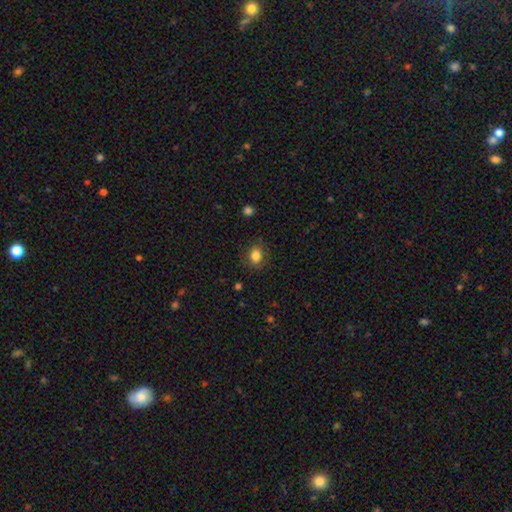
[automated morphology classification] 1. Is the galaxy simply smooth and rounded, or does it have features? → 84% smooth, 11% star or artifact, 5% featured or disk.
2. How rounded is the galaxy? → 53% round, 46% in between, 1% cigar-shaped.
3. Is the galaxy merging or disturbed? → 83% none, 12% minor disturbance, 4% major disturbance, 1% merger.